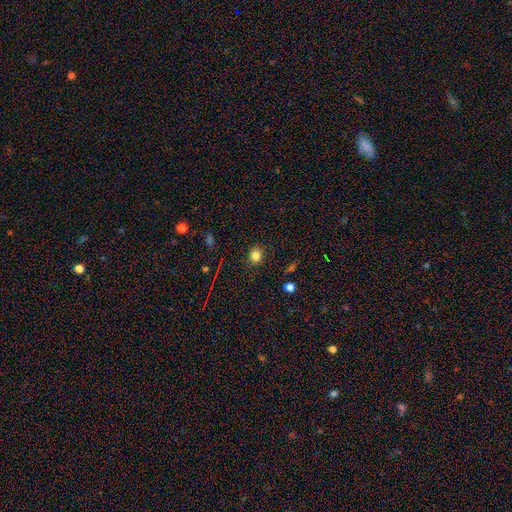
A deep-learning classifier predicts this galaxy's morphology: Q: Smooth or featured?
A: smooth (81%); runner-up: star or artifact (13%)
Q: How rounded?
A: round (81%); runner-up: in between (18%)
Q: Merging?
A: none (87%); runner-up: minor disturbance (9%)